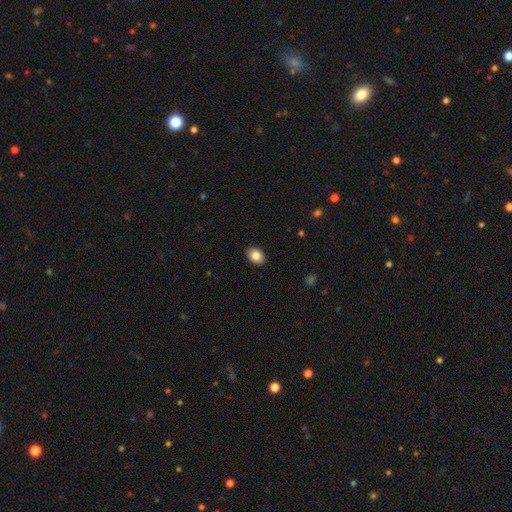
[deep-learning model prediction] Smooth or featured? Predicted: smooth (p=0.85). How rounded? Predicted: in between (p=0.72). Merging? Predicted: none (p=0.89).